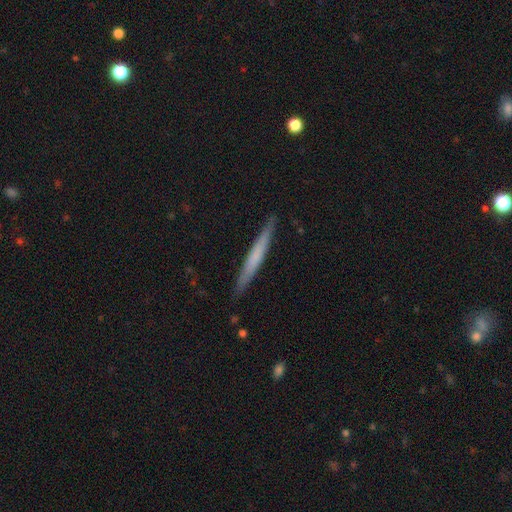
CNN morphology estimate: Smooth or featured? smooth (54%)
How rounded? cigar-shaped (97%)
Merging? none (89%)